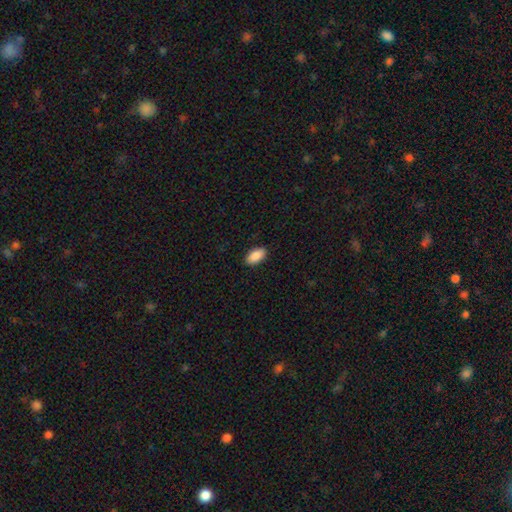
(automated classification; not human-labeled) Smooth or featured?
  - smooth: 89% *
  - star or artifact: 6%
  - featured or disk: 4%
How rounded?
  - in between: 94% *
  - cigar-shaped: 3%
  - round: 3%
Merging?
  - none: 89% *
  - minor disturbance: 8%
  - major disturbance: 2%
  - merger: 1%